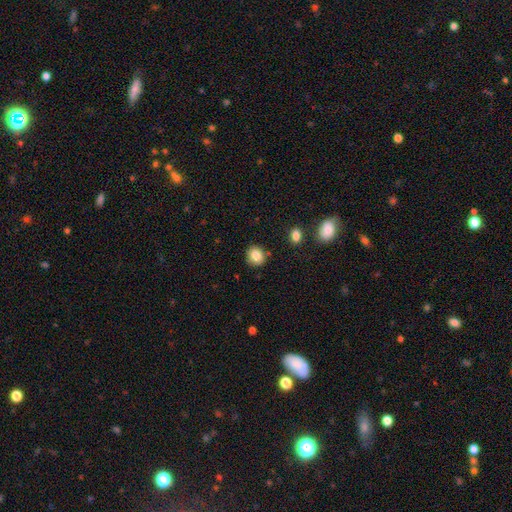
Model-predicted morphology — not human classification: The model was most divided on "how rounded": round: 78%, in between: 22%, cigar-shaped: 1%. More confident: merging — none (85%); smooth or featured — smooth (85%).